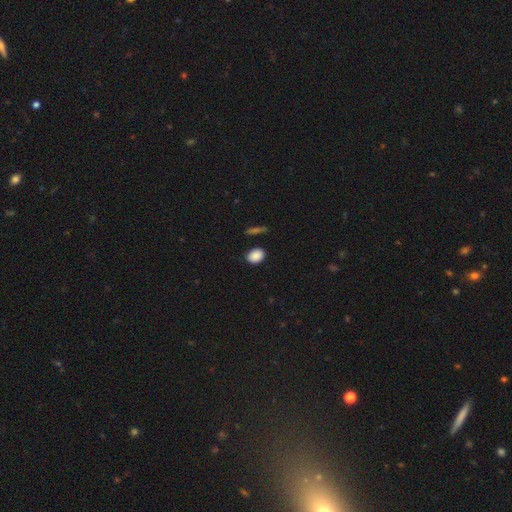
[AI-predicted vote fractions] The model was most divided on "how rounded": in between: 69%, round: 30%, cigar-shaped: 1%. More confident: smooth or featured — smooth (88%); merging — none (86%).